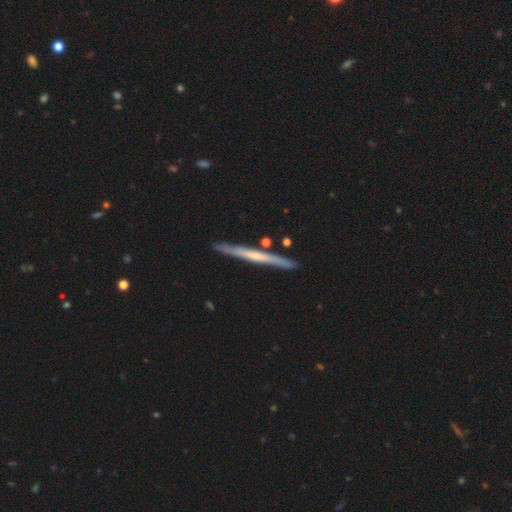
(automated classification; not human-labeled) Smooth or featured?
  - featured or disk: 58% *
  - smooth: 37%
  - star or artifact: 5%
Edge-on disk?
  - yes: 96% *
  - no: 4%
Edge-on bulge?
  - none: 69% *
  - rounded: 24%
  - boxy: 7%
Merging?
  - none: 87% *
  - minor disturbance: 8%
  - merger: 3%
  - major disturbance: 2%